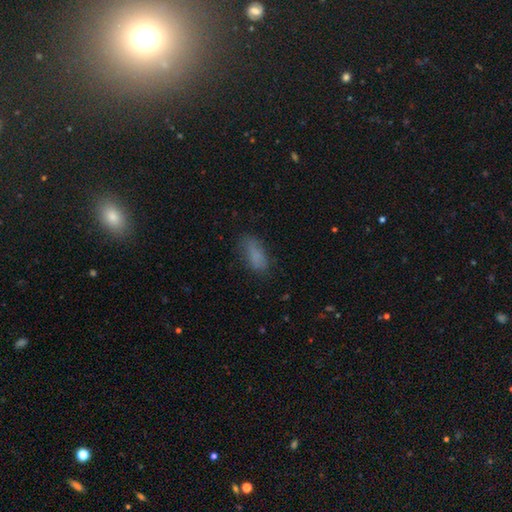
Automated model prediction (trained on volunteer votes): A smooth galaxy with no disk features (79%) that is in between round and cigar-shaped (80%). Merging: none (69%).